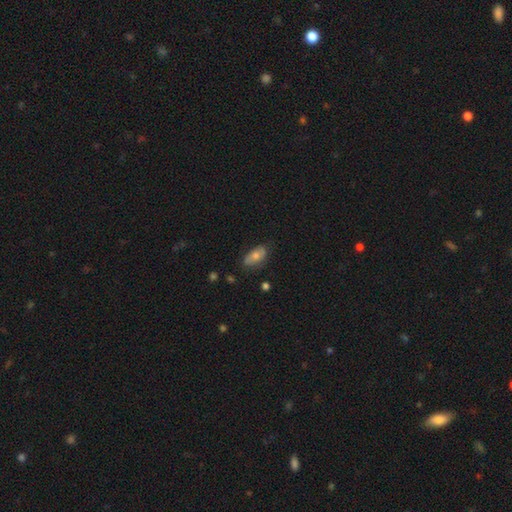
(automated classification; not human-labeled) Smooth or featured?
  - smooth: 65% *
  - featured or disk: 26%
  - star or artifact: 9%
How rounded?
  - in between: 88% *
  - cigar-shaped: 8%
  - round: 4%
Merging?
  - none: 75% *
  - minor disturbance: 19%
  - major disturbance: 4%
  - merger: 2%